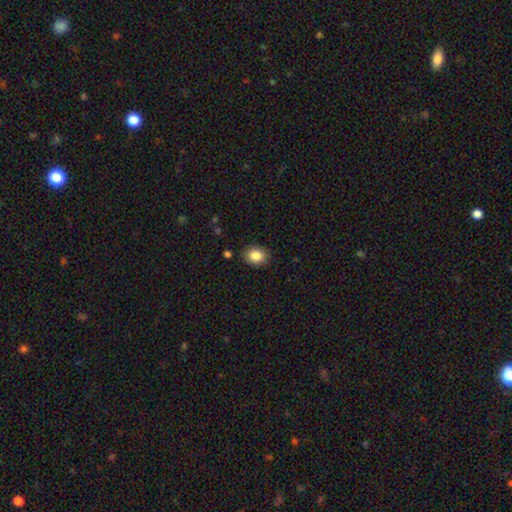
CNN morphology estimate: Smooth or featured? Predicted: smooth (p=0.85). How rounded? Predicted: in between (p=0.51). Merging? Predicted: none (p=0.87).